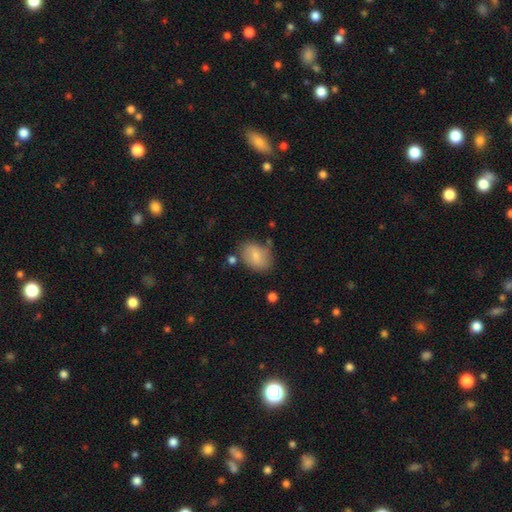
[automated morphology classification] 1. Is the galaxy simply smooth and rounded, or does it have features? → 73% smooth, 19% featured or disk, 8% star or artifact.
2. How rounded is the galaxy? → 74% in between, 25% round, 1% cigar-shaped.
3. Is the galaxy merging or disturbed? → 69% none, 20% minor disturbance, 6% merger, 6% major disturbance.